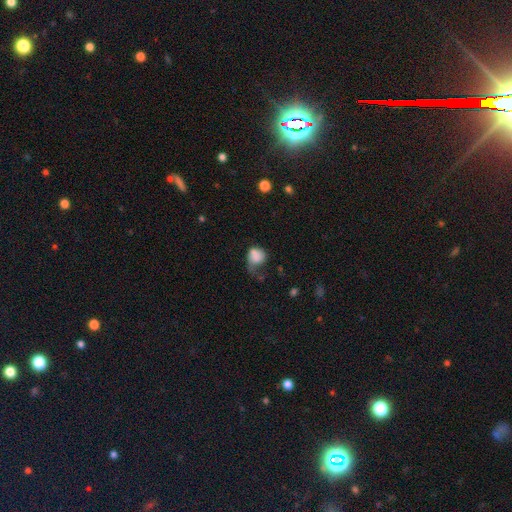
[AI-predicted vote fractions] This is likely a smooth galaxy (75%). How rounded: possibly round (58%). Merging: possibly major disturbance (47%).